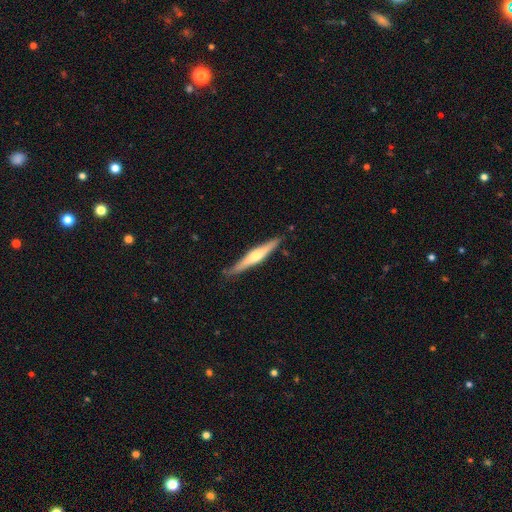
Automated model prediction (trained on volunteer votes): A featured or disk galaxy (62%) viewed edge-on (96%) with a rounded central bulge (87%).

Vote fractions:
- Smooth or featured? featured or disk: 62% / smooth: 33% / star or artifact: 5%
- Edge-on disk? yes: 96% / no: 4%
- Edge-on bulge? rounded: 87% / none: 8% / boxy: 5%
- Merging? none: 85% / minor disturbance: 12% / major disturbance: 2% / merger: 2%